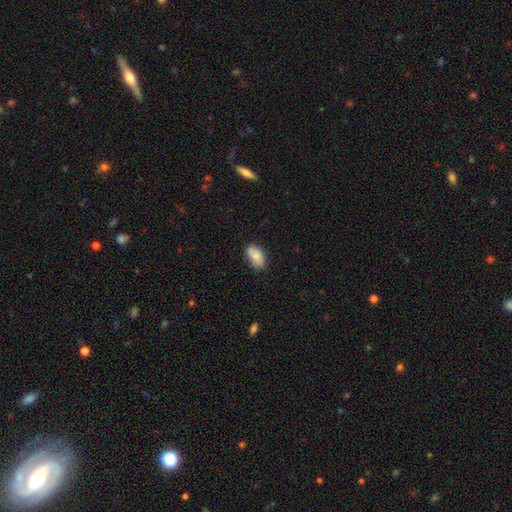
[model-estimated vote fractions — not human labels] Smooth or featured? Predicted: smooth (p=0.78). How rounded? Predicted: in between (p=0.92). Merging? Predicted: none (p=0.74).